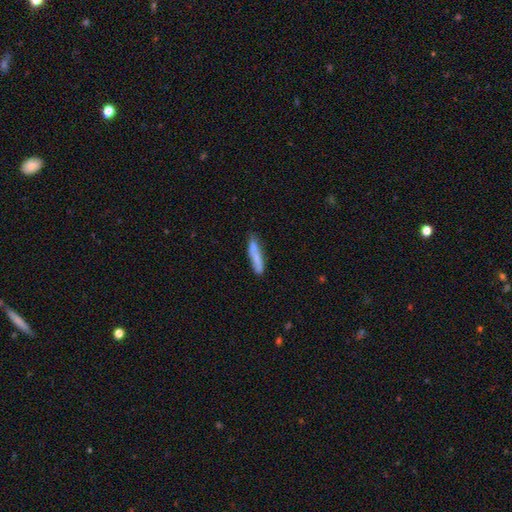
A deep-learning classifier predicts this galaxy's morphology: type=smooth (70%); roundness=cigar-shaped (87%); merging=none (70%).